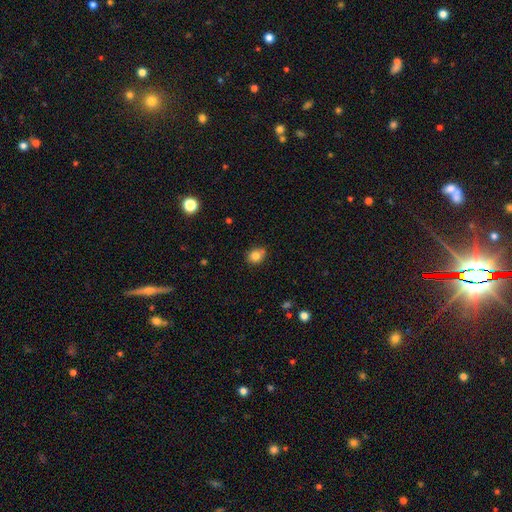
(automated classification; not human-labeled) Overall: smooth (82%). How rounded: round (64%; in between 35%). Merging: none (70%).